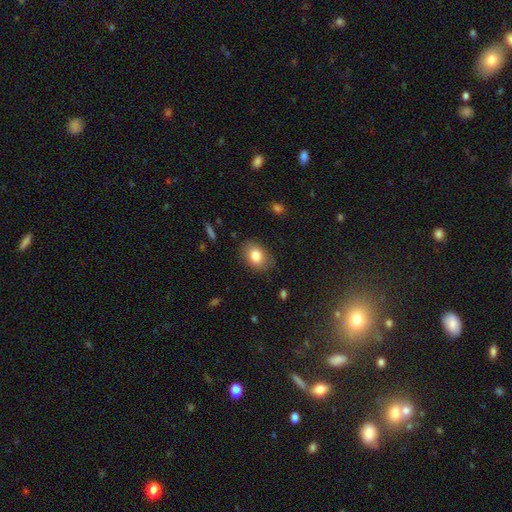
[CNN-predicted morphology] Smooth or featured? Predicted: smooth (p=0.82). How rounded? Predicted: in between (p=0.73). Merging? Predicted: none (p=0.82).